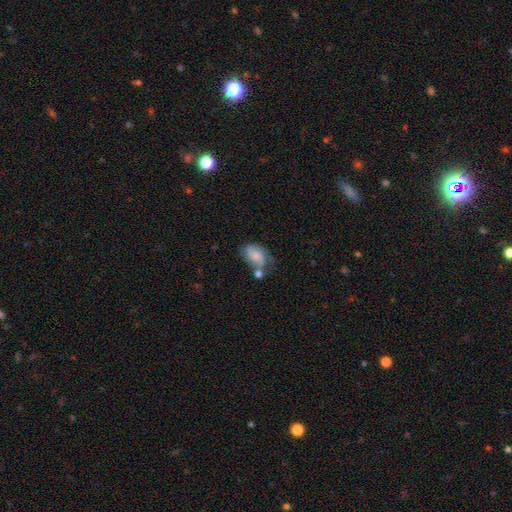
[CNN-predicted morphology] A smooth galaxy with no disk features (49%).

Vote fractions:
- Smooth or featured? smooth: 49% / featured or disk: 43% / star or artifact: 9%
- Merging? none: 37% / minor disturbance: 26% / merger: 23% / major disturbance: 14%